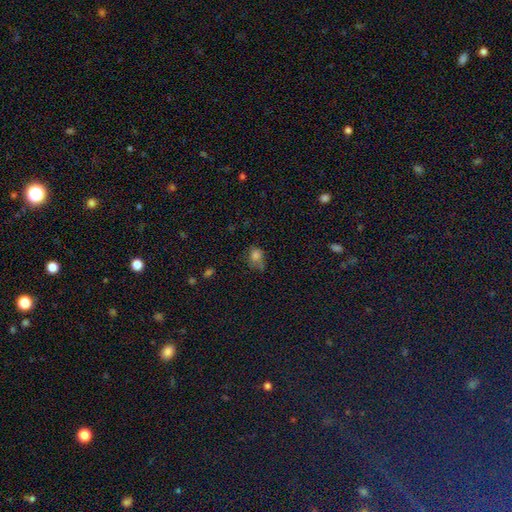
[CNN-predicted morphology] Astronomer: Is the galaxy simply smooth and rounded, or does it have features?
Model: smooth — 75%.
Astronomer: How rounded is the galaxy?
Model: round — 59% (runner-up: in between, 39%).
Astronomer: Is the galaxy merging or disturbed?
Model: none — 44% (runner-up: minor disturbance, 34%).